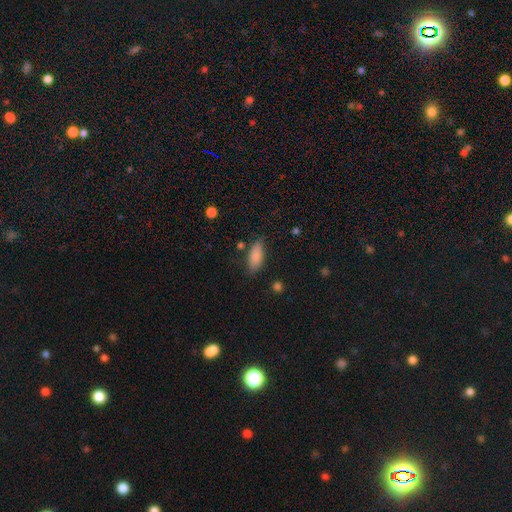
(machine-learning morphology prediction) Smooth or featured?
  - smooth: 86% *
  - star or artifact: 7%
  - featured or disk: 7%
How rounded?
  - in between: 81% *
  - cigar-shaped: 16%
  - round: 2%
Merging?
  - none: 76% *
  - minor disturbance: 17%
  - major disturbance: 4%
  - merger: 3%